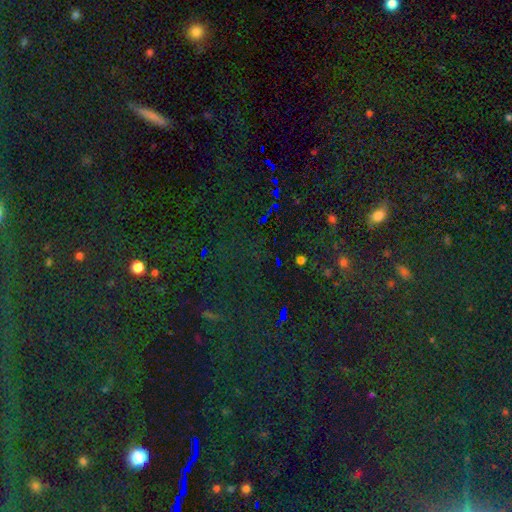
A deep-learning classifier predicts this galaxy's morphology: This appears to be a star or artifact, not a galaxy (78%).